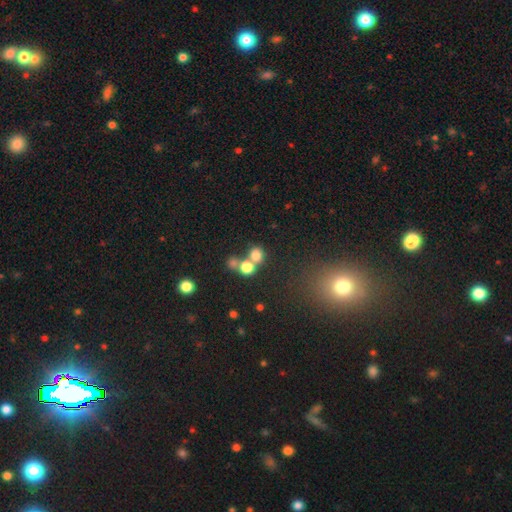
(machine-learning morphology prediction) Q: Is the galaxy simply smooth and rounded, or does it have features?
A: smooth — 74%.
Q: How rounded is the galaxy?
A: round — 78%.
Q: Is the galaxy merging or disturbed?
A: none — 46%.